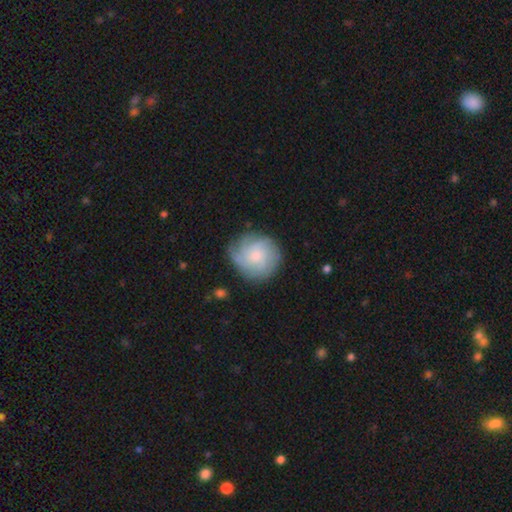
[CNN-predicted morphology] The model was most divided on "smooth or featured": featured or disk: 57%, smooth: 35%, star or artifact: 8%. More confident: edge-on disk — no (98%); spiral arms — yes (89%); bar — no (76%); merging — none (75%); bulge size — small (57%).